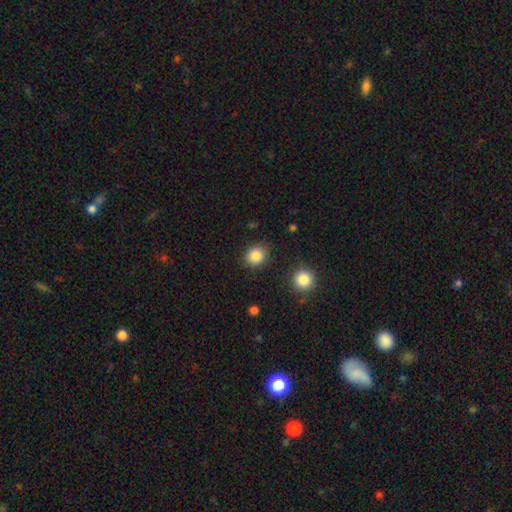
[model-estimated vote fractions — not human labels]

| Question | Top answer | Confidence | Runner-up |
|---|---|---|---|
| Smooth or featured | smooth | 86% | star or artifact (10%) |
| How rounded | round | 82% | in between (17%) |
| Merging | none | 87% | minor disturbance (8%) |